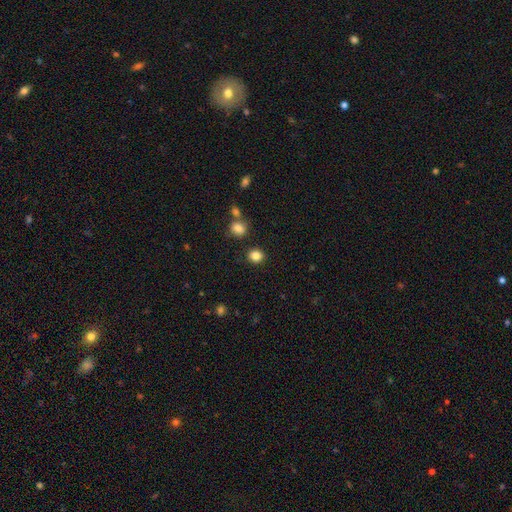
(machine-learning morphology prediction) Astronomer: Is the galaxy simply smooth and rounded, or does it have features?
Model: smooth — 84%.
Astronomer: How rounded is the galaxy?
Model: round — 82%.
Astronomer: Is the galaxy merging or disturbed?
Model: none — 87%.